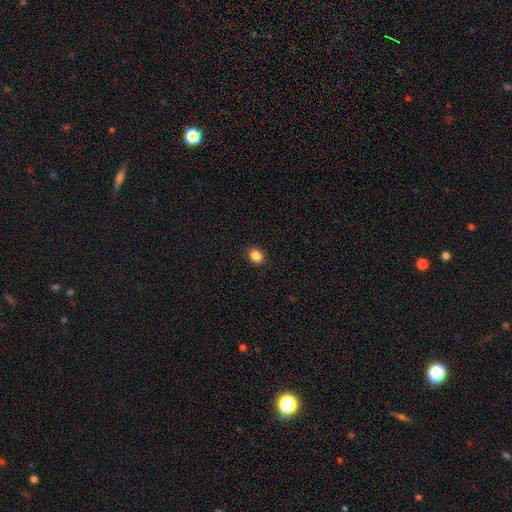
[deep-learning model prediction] smooth-or-featured: smooth: 87% | star or artifact: 10% | featured or disk: 3%
  how-rounded: round: 50% | in between: 49% | cigar-shaped: 1%
  merging: none: 91% | minor disturbance: 6% | major disturbance: 2% | merger: 1%